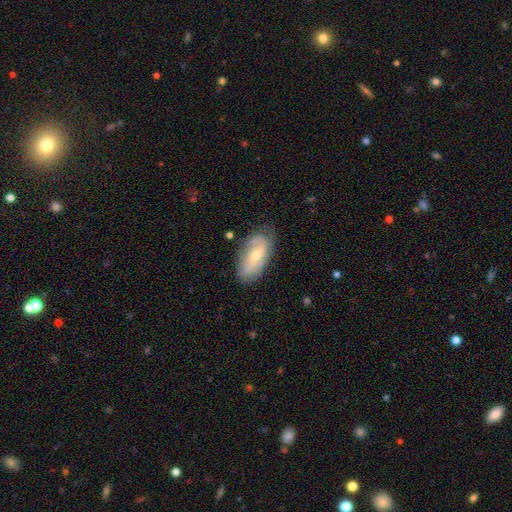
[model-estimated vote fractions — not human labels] Smooth or featured?
  - featured or disk: 53% *
  - smooth: 40%
  - star or artifact: 7%
Edge-on disk?
  - no: 90% *
  - yes: 10%
Merging?
  - none: 67% *
  - minor disturbance: 24%
  - major disturbance: 7%
  - merger: 2%